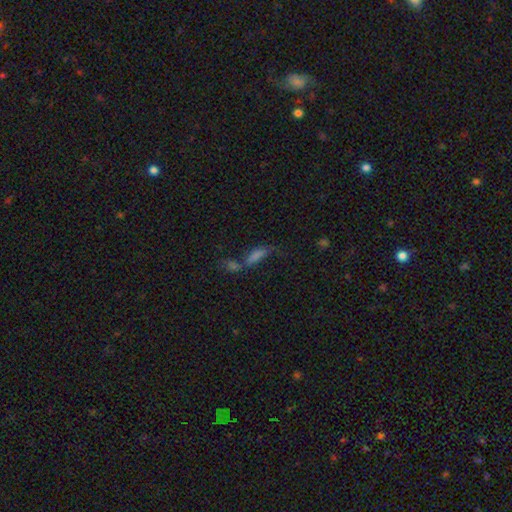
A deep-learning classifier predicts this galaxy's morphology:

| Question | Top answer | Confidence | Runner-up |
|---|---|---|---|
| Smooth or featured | smooth | 56% | featured or disk (24%) |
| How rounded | in between | 49% | cigar-shaped (46%) |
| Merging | merger | 53% | none (25%) |